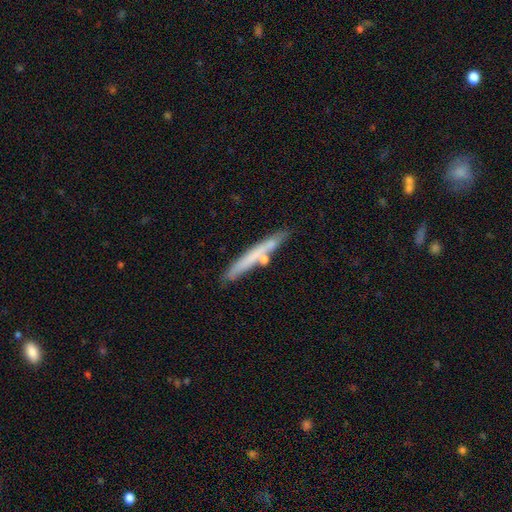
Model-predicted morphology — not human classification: smooth_or_featured: smooth (p=0.57) [alt: featured or disk p=0.36]
how_rounded: cigar-shaped (p=0.95) [alt: in between p=0.04]
merging: none (p=0.75) [alt: minor disturbance p=0.13]